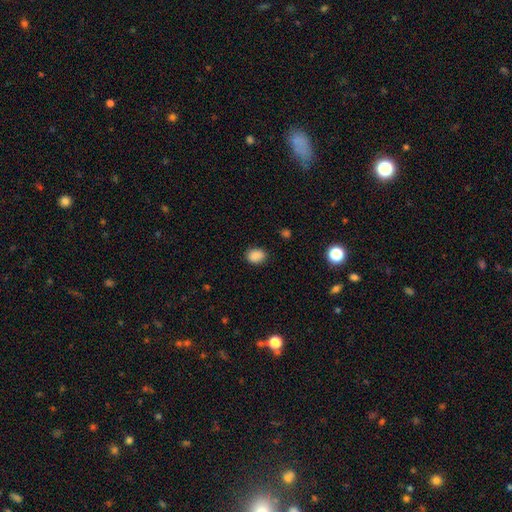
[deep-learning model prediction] smooth-or-featured: smooth: 88% | star or artifact: 9% | featured or disk: 3%
  how-rounded: in between: 60% | round: 39% | cigar-shaped: 1%
  merging: none: 84% | minor disturbance: 12% | major disturbance: 3% | merger: 1%